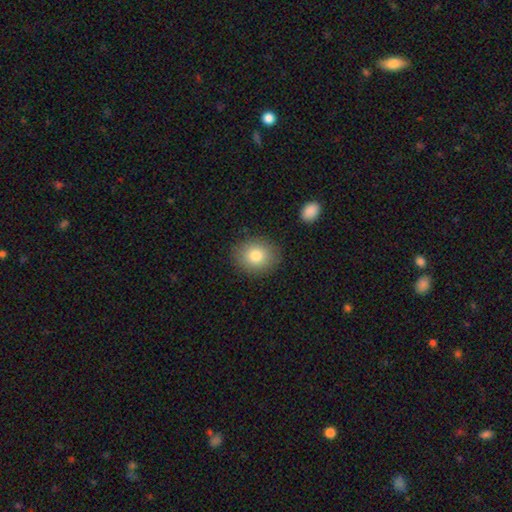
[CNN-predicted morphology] smooth-or-featured: smooth: 81% | featured or disk: 10% | star or artifact: 9%
  how-rounded: round: 67% | in between: 32% | cigar-shaped: 1%
  merging: none: 86% | minor disturbance: 9% | major disturbance: 3% | merger: 2%